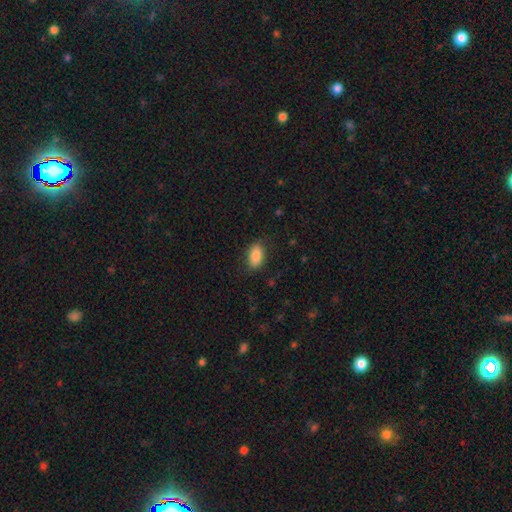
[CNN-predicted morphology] Smooth or featured? smooth (87%)
How rounded? in between (91%)
Merging? none (82%)